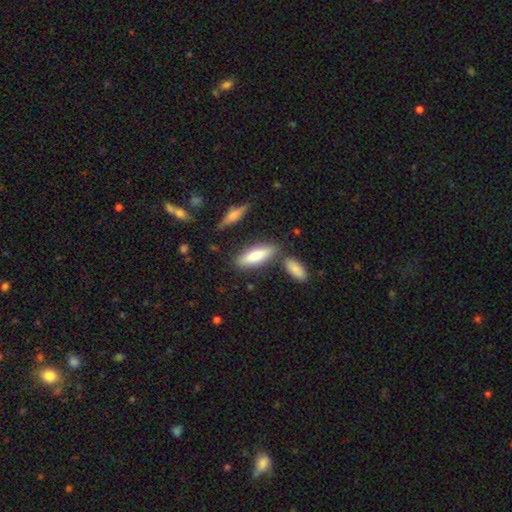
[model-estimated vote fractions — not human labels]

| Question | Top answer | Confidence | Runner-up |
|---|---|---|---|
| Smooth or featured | smooth | 76% | featured or disk (18%) |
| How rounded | in between | 53% | cigar-shaped (46%) |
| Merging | none | 73% | minor disturbance (13%) |